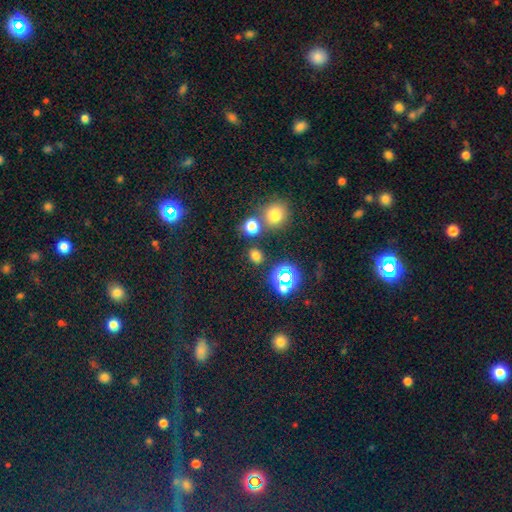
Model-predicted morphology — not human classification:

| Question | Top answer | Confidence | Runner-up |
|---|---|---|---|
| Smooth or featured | smooth | 66% | star or artifact (29%) |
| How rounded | round | 66% | in between (32%) |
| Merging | none | 81% | merger (8%) |